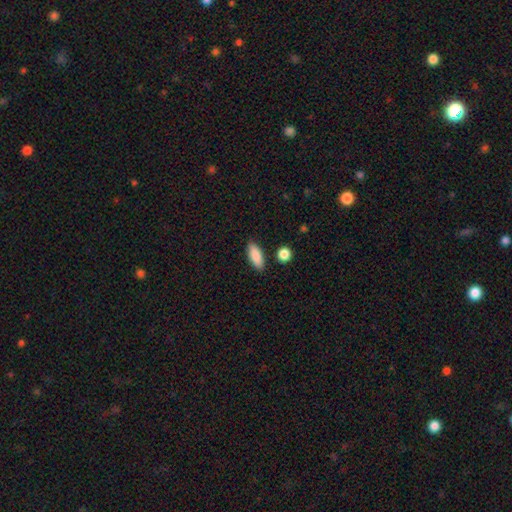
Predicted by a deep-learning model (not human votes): Morphology: type=smooth (88%); roundness=in between (75%); merging=none (85%).